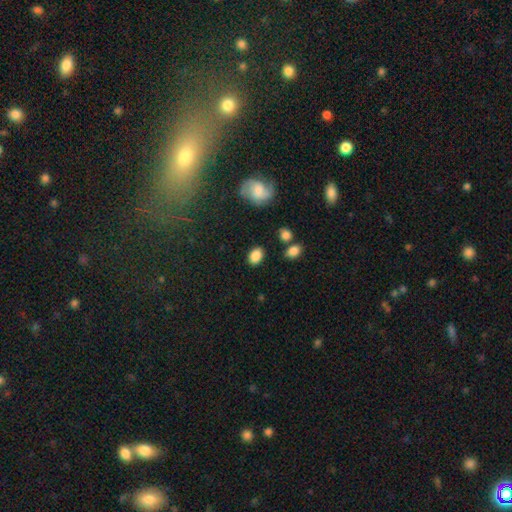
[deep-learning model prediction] Smooth or featured: smooth — 85% (star or artifact — 9%)
How rounded: in between — 78% (round — 21%)
Merging: none — 82% (minor disturbance — 12%)